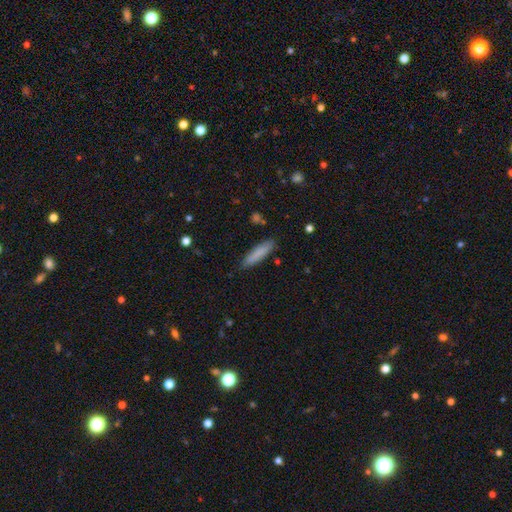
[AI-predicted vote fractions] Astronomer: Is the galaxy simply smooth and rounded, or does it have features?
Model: smooth — 82%.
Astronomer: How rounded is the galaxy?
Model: cigar-shaped — 84%.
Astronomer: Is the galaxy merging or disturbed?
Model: none — 88%.